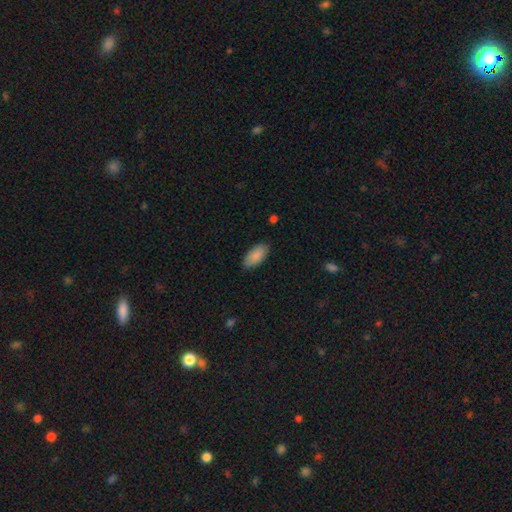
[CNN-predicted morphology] smooth_or_featured: smooth (p=0.89) [alt: star or artifact p=0.06]
how_rounded: in between (p=0.93) [alt: cigar-shaped p=0.05]
merging: none (p=0.85) [alt: minor disturbance p=0.11]